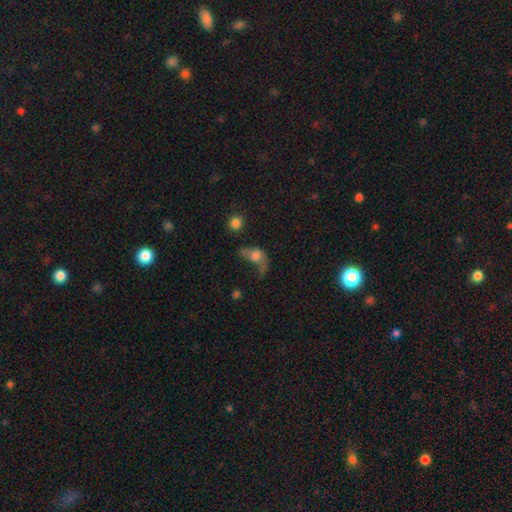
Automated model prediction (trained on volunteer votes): This is possibly a smooth galaxy (57%). How rounded: likely in between (72%). Merging: possibly major disturbance (53%).